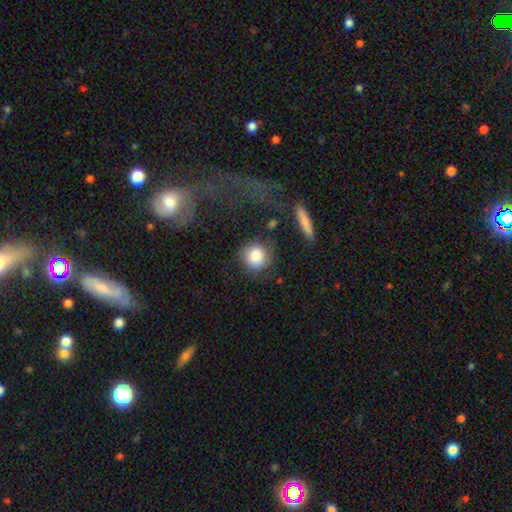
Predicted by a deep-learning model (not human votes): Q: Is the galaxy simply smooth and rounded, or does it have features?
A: smooth — 84%.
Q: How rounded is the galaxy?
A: round — 86%.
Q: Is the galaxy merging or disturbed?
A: none — 73%.